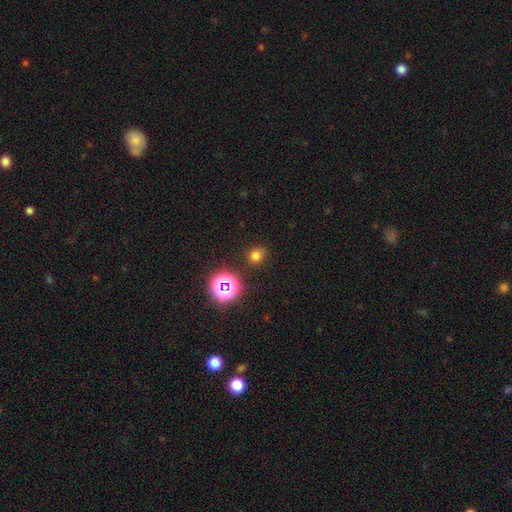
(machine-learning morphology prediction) This is likely a smooth galaxy (71%). How rounded: likely round (75%). Merging: clearly none (82%).